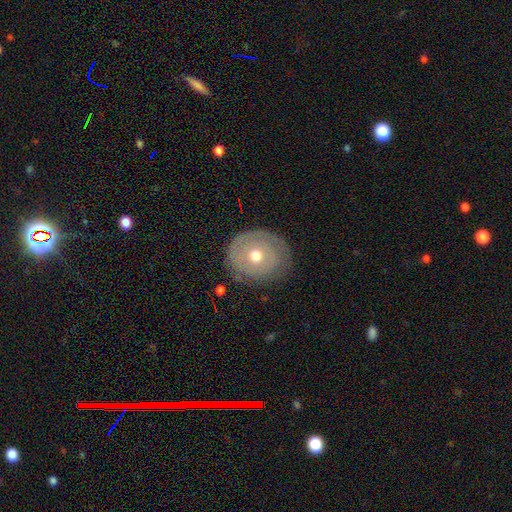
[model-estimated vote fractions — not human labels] This is possibly a featured or disk galaxy (56%). It is clearly not viewed edge-on (95%). Bar: clearly no (89%). Spiral arm pattern: possibly yes (54%). Central bulge: likely moderate (73%). Merging: likely none (78%).